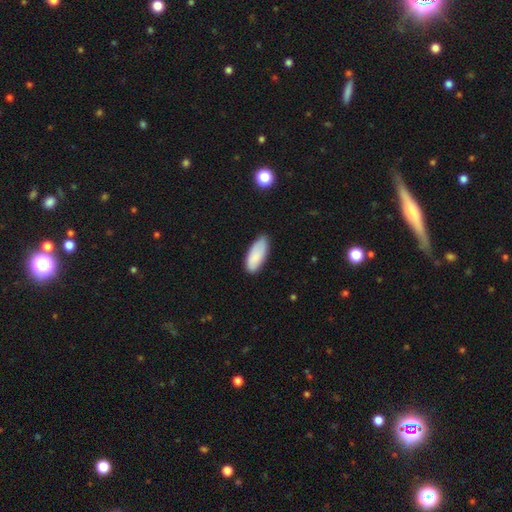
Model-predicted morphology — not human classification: Smooth or featured? Predicted: smooth (p=0.87). How rounded? Predicted: in between (p=0.84). Merging? Predicted: none (p=0.78).